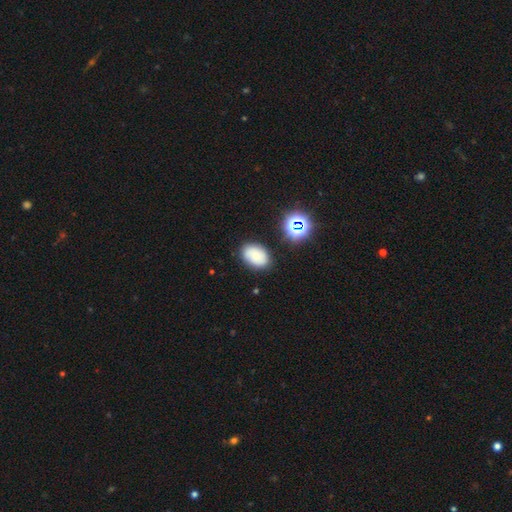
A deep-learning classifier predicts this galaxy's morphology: This is likely a smooth galaxy (75%). How rounded: clearly in between (82%). Merging: clearly none (83%).